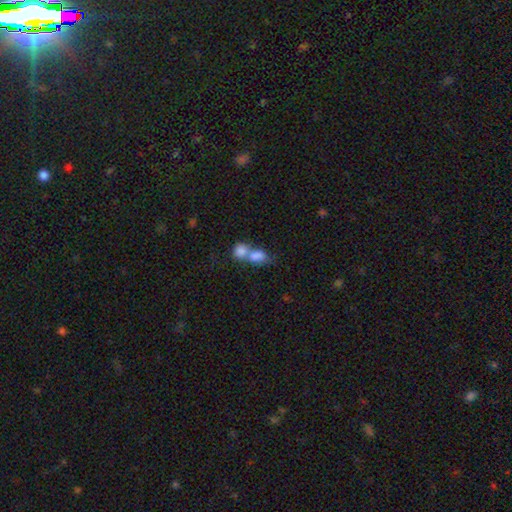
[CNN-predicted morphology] Smooth or featured?
  - smooth: 79% *
  - featured or disk: 12%
  - star or artifact: 8%
How rounded?
  - in between: 68% *
  - round: 28%
  - cigar-shaped: 3%
Merging?
  - merger: 73% *
  - none: 17%
  - minor disturbance: 6%
  - major disturbance: 5%